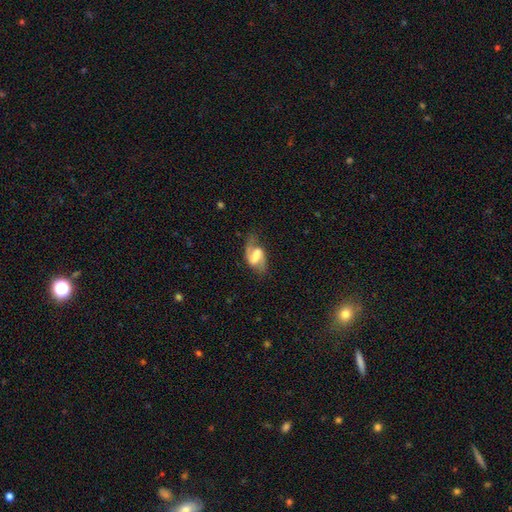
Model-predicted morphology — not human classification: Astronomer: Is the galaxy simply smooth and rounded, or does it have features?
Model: featured or disk — 78%.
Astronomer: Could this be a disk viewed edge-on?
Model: no — 97%.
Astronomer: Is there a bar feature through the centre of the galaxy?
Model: strong — 45% (runner-up: weak, 42%).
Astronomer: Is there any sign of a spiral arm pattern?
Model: yes — 92%.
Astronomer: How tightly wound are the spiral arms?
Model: medium — 47% (runner-up: loose, 37%).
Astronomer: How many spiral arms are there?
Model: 2 — 89%.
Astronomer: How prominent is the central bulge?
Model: moderate — 36% (runner-up: small, 23%).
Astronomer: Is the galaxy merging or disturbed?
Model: none — 70%.